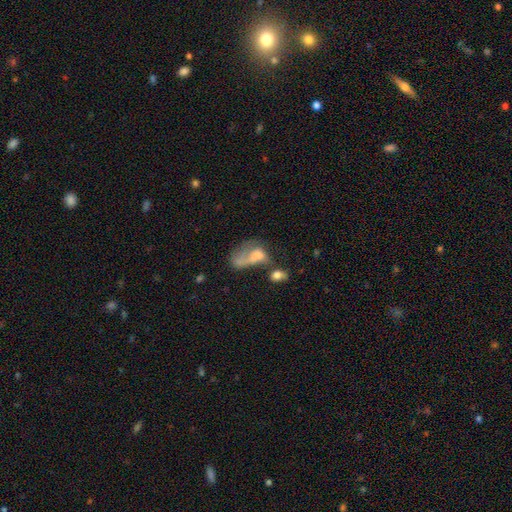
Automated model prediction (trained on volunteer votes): This is possibly a smooth galaxy (47%). Merging: marginally merger (41%).